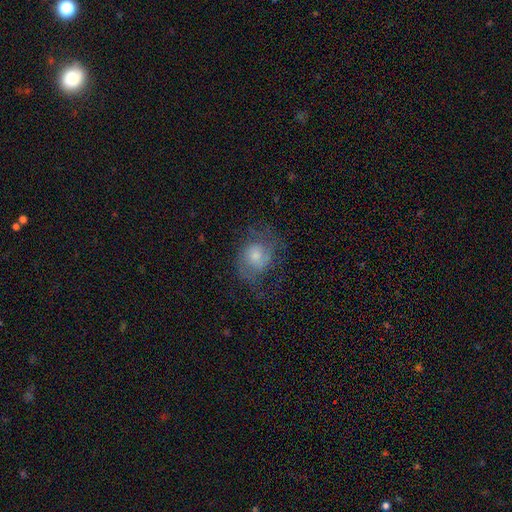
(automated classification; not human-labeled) This appears to be a featured or disk galaxy (55%) with no bar (69%), spiral arms (80%) and a moderate central bulge (46%). Merging: none (56%).